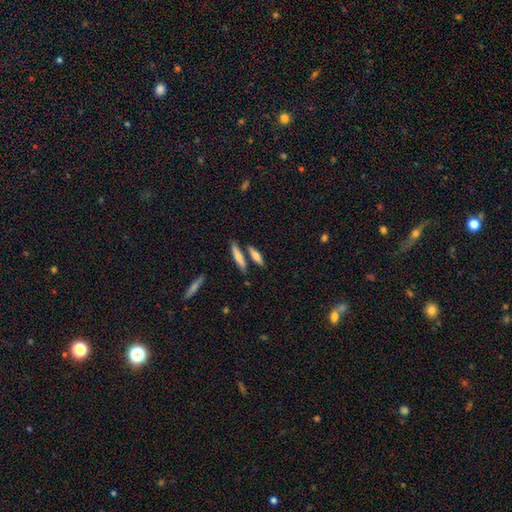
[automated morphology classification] Smooth or featured? Predicted: smooth (p=0.69). How rounded? Predicted: cigar-shaped (p=0.75). Merging? Predicted: none (p=0.70).